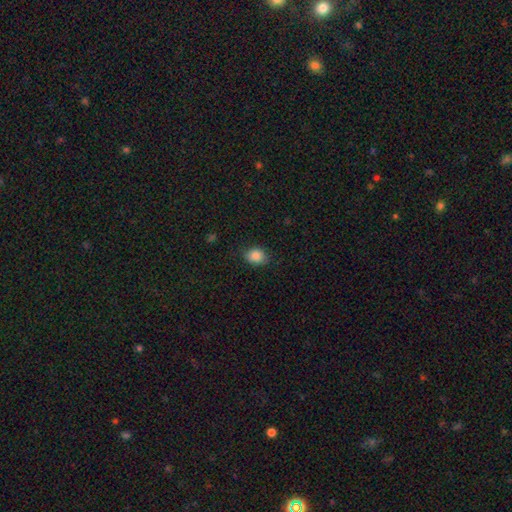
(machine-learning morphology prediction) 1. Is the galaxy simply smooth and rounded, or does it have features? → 87% smooth, 9% star or artifact, 4% featured or disk.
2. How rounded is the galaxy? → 56% in between, 42% round, 1% cigar-shaped.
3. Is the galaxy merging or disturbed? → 81% none, 14% minor disturbance, 3% major disturbance, 1% merger.